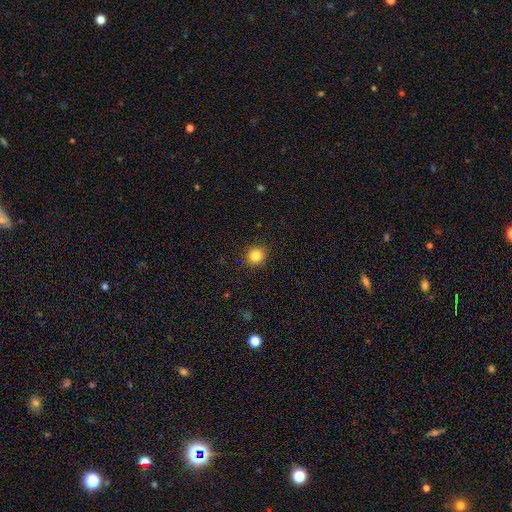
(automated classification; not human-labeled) Q: Smooth or featured?
A: smooth (84%); runner-up: star or artifact (11%)
Q: How rounded?
A: round (91%); runner-up: in between (8%)
Q: Merging?
A: none (91%); runner-up: minor disturbance (6%)